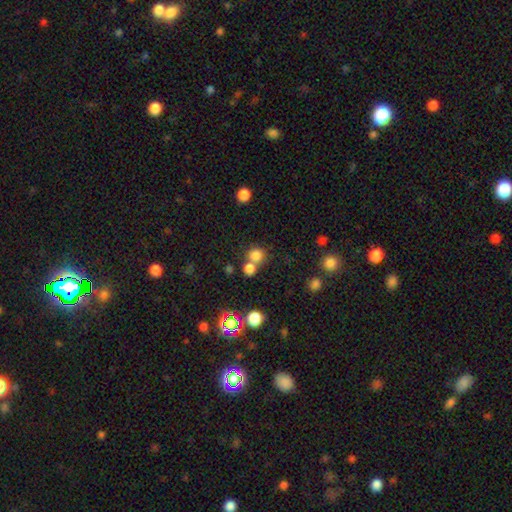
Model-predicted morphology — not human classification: This appears to be a smooth galaxy with no disk features (77%) that is round (87%). Merging: none (54%).